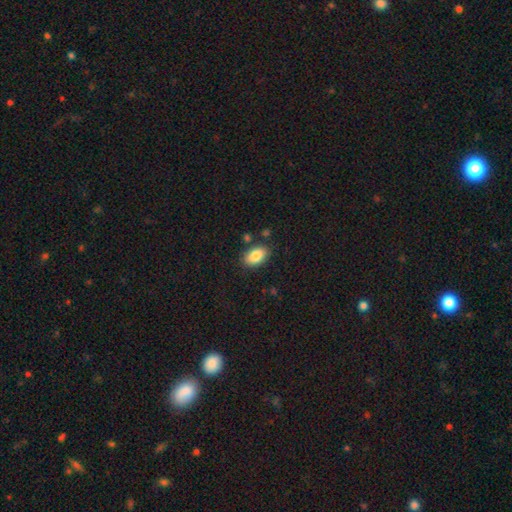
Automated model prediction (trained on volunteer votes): Q: Smooth or featured?
A: smooth (86%); runner-up: star or artifact (7%)
Q: How rounded?
A: in between (92%); runner-up: round (7%)
Q: Merging?
A: none (82%); runner-up: minor disturbance (12%)